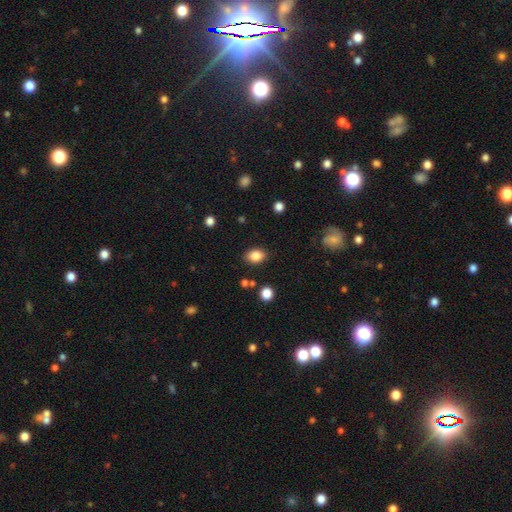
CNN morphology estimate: smooth_or_featured: smooth (p=0.85) [alt: star or artifact p=0.09]
how_rounded: in between (p=0.75) [alt: round p=0.24]
merging: none (p=0.84) [alt: minor disturbance p=0.10]